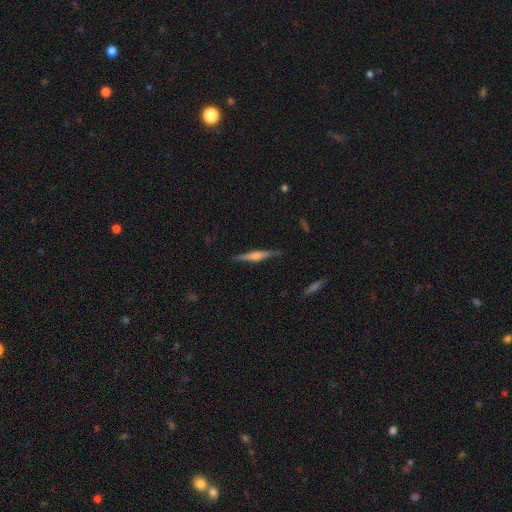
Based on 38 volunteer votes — Smooth or featured?
  - featured or disk: 66% *
  - smooth: 24%
  - star or artifact: 11%
Edge-on disk?
  - yes: 100% *
  - no: 0%
Edge-on bulge?
  - rounded: 84% *
  - boxy: 12%
  - none: 4%
Merging?
  - none: 91% *
  - major disturbance: 9%
  - minor disturbance: 0%
  - merger: 0%